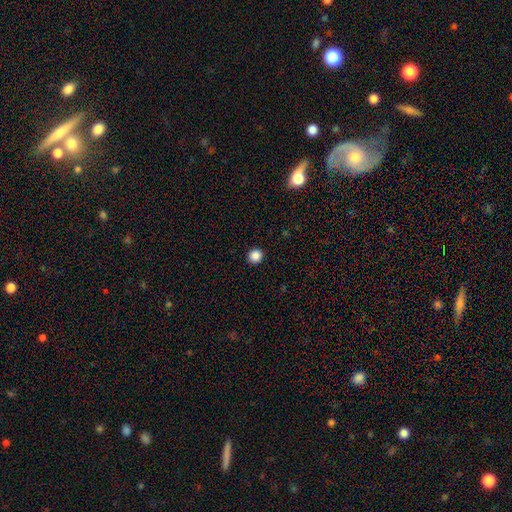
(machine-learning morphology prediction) type=smooth (87%); roundness=round (92%); merging=none (93%).